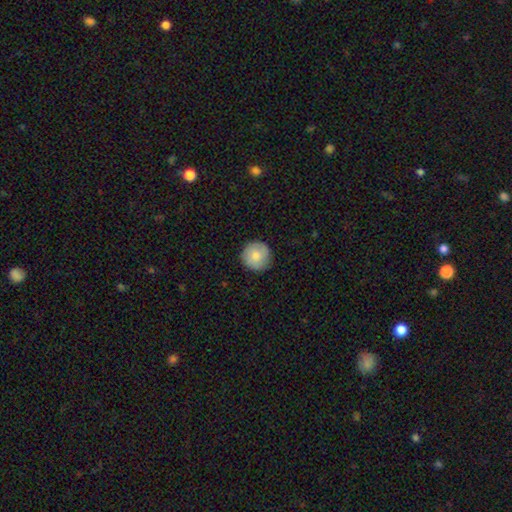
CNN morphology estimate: The model was most divided on "smooth or featured": smooth: 82%, featured or disk: 12%, star or artifact: 7%. More confident: how rounded — round (96%); merging — none (89%).